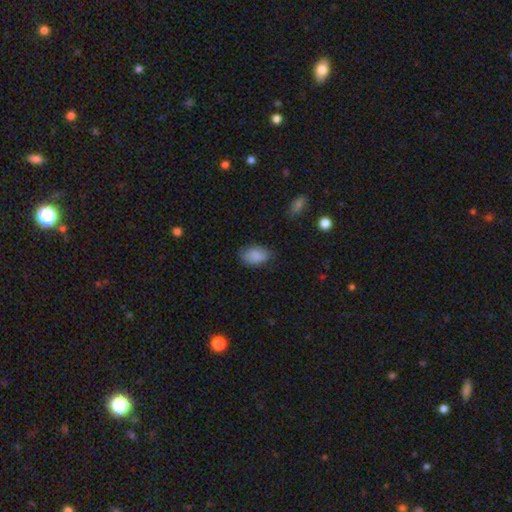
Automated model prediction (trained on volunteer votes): smooth_or_featured: smooth (p=0.86) [alt: star or artifact p=0.07]
how_rounded: in between (p=0.90) [alt: round p=0.09]
merging: none (p=0.75) [alt: minor disturbance p=0.20]